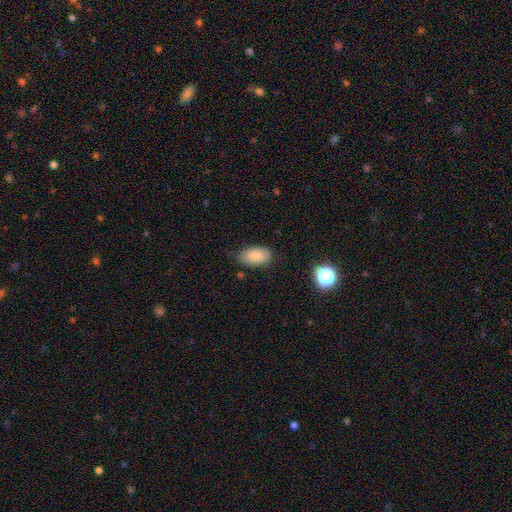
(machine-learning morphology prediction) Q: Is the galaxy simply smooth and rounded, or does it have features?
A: smooth — 82%.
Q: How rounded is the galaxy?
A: in between — 93%.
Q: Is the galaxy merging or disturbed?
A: none — 72%.